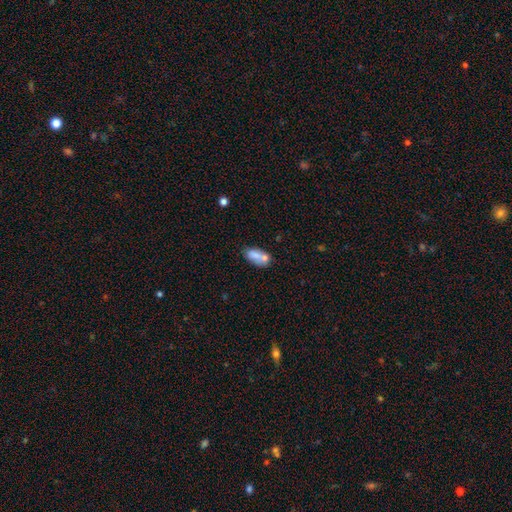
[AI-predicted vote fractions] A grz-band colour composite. It shows a smooth galaxy with no disk features (73%) that is in between round and cigar-shaped (86%). Merging: none (45%).